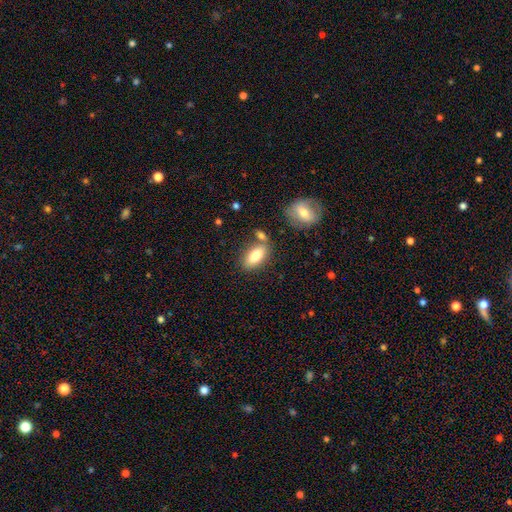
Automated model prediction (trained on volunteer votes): smooth 81%, featured or disk 13%, star or artifact 7%. Down the decision tree: how rounded — in between (88%); merging — none (67%).